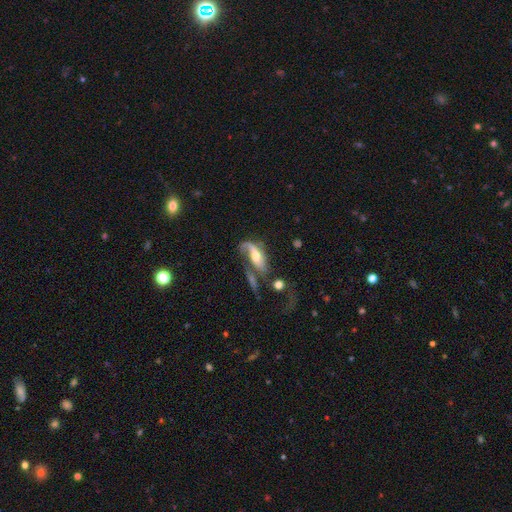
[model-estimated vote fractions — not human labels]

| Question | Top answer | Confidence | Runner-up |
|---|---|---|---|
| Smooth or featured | featured or disk | 67% | smooth (26%) |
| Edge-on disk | no | 87% | yes (13%) |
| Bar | no | 58% | weak (29%) |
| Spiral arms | yes | 82% | no (18%) |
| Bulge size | moderate | 64% | small (20%) |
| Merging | major disturbance | 31% | none (28%) |